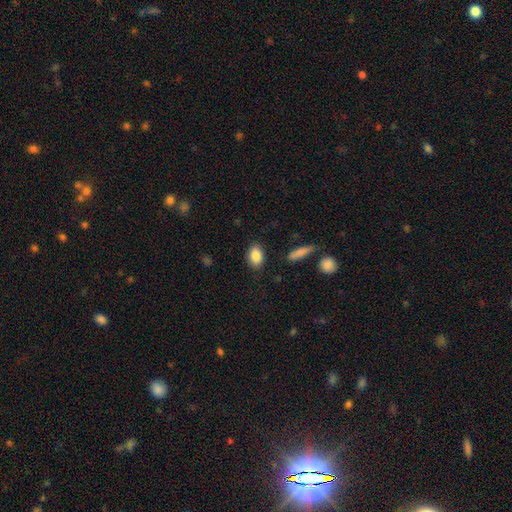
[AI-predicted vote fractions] smooth-or-featured: smooth: 86% | star or artifact: 7% | featured or disk: 6%
  how-rounded: in between: 83% | round: 14% | cigar-shaped: 2%
  merging: none: 86% | minor disturbance: 10% | major disturbance: 3% | merger: 2%